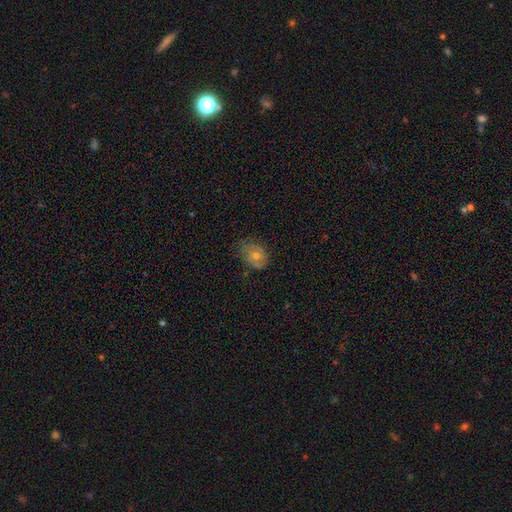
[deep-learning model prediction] A smooth galaxy with no disk features (53%) that is in between round and cigar-shaped (57%). Merging: none (62%).